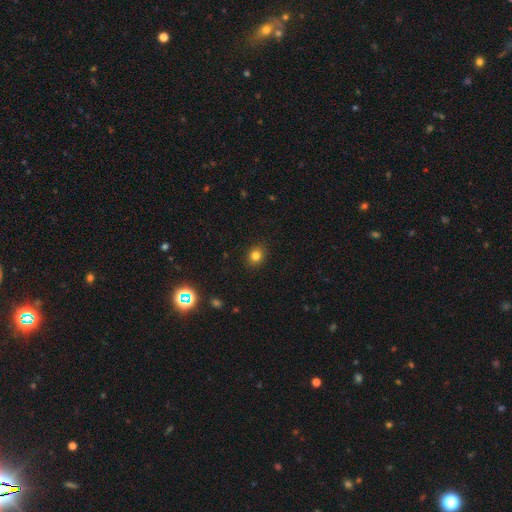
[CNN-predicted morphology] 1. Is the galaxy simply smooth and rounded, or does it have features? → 80% smooth, 14% star or artifact, 6% featured or disk.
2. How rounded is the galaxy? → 66% round, 33% in between, 1% cigar-shaped.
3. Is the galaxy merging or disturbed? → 90% none, 7% minor disturbance, 2% major disturbance, 1% merger.